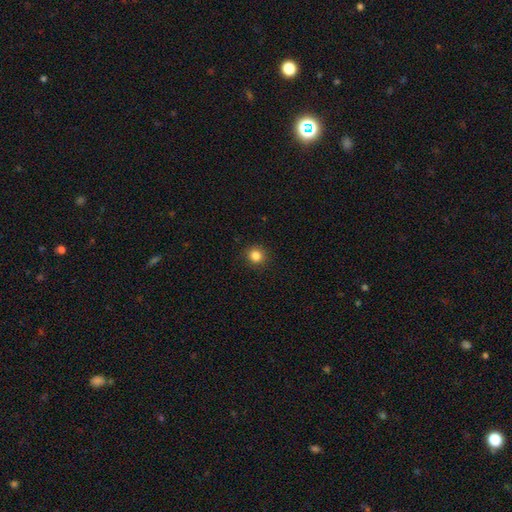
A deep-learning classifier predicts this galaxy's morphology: smooth_or_featured: smooth (p=0.84) [alt: star or artifact p=0.12]
how_rounded: round (p=0.90) [alt: in between p=0.09]
merging: none (p=0.91) [alt: minor disturbance p=0.06]